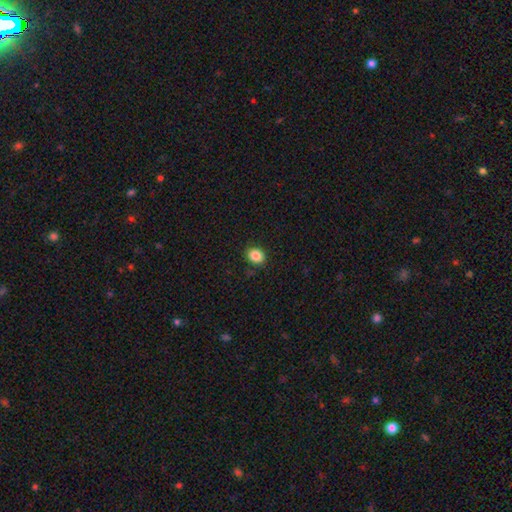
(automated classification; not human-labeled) The model was most divided on "how rounded": round: 55%, in between: 45%, cigar-shaped: 1%. More confident: merging — none (89%); smooth or featured — smooth (86%).